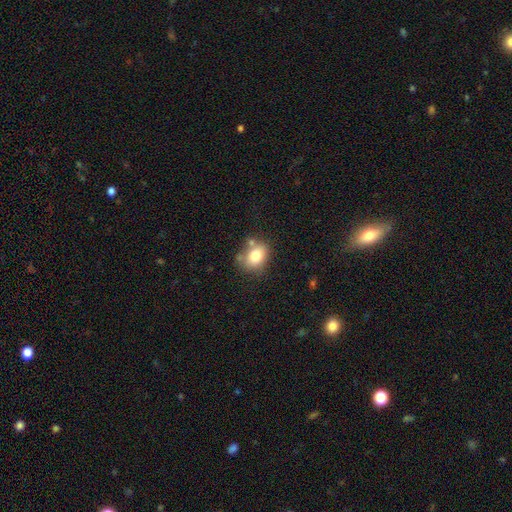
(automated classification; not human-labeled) smooth 78%, featured or disk 12%, star or artifact 10%. Down the decision tree: how rounded — in between (59%); merging — none (60%).